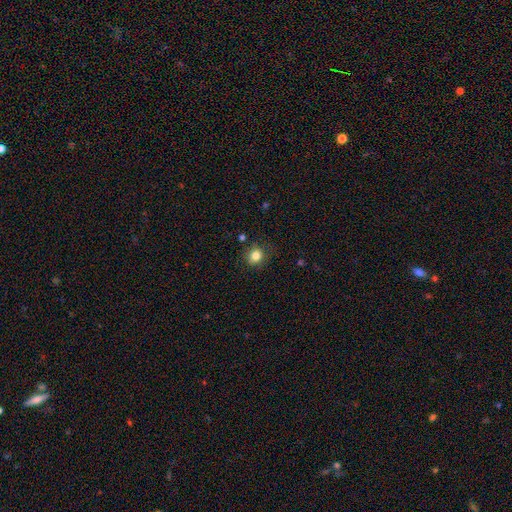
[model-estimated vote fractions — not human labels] A smooth galaxy with no disk features (82%) that is round (81%).

Vote fractions:
- Smooth or featured? smooth: 82% / star or artifact: 11% / featured or disk: 6%
- How rounded? round: 81% / in between: 18% / cigar-shaped: 1%
- Merging? none: 82% / minor disturbance: 13% / major disturbance: 3% / merger: 2%